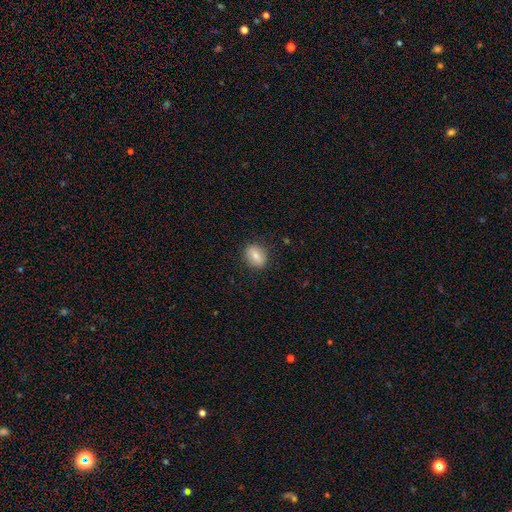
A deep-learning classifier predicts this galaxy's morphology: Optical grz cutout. It shows a smooth galaxy with no disk features (77%) that is in between round and cigar-shaped (52%). Merging: none (86%).